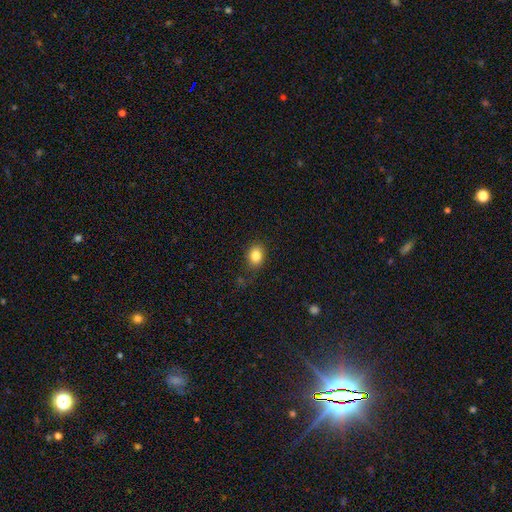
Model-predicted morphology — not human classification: Q: Smooth or featured?
A: smooth (83%); runner-up: star or artifact (10%)
Q: How rounded?
A: round (51%); runner-up: in between (48%)
Q: Merging?
A: none (81%); runner-up: minor disturbance (14%)